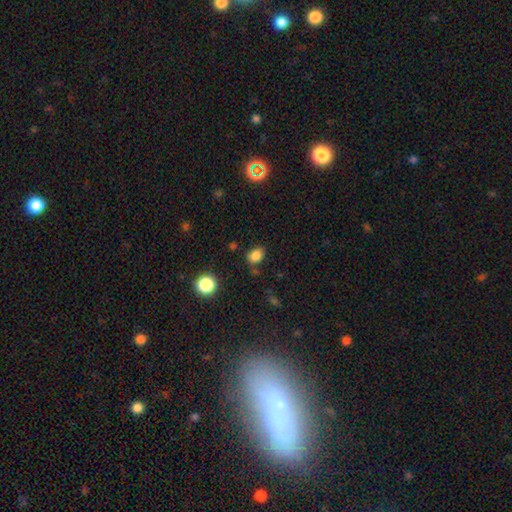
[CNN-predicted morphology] A smooth galaxy with no disk features (83%) that is in between round and cigar-shaped (61%).

Vote fractions:
- Smooth or featured? smooth: 83% / star or artifact: 12% / featured or disk: 5%
- How rounded? in between: 61% / round: 38% / cigar-shaped: 1%
- Merging? none: 77% / minor disturbance: 15% / merger: 4% / major disturbance: 4%